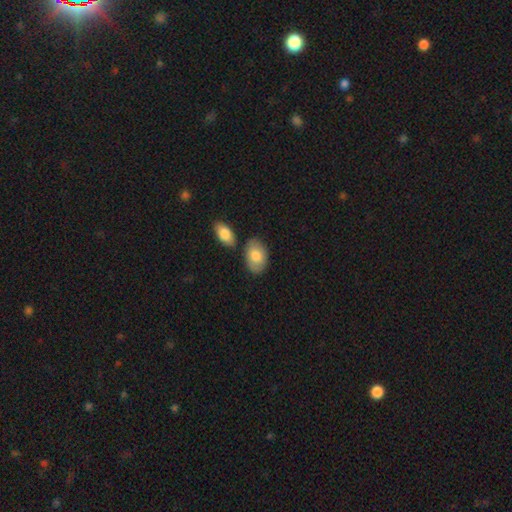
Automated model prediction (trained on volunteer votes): Smooth or featured: smooth — 77% (featured or disk — 17%)
How rounded: in between — 89% (round — 9%)
Merging: none — 69% (minor disturbance — 16%)